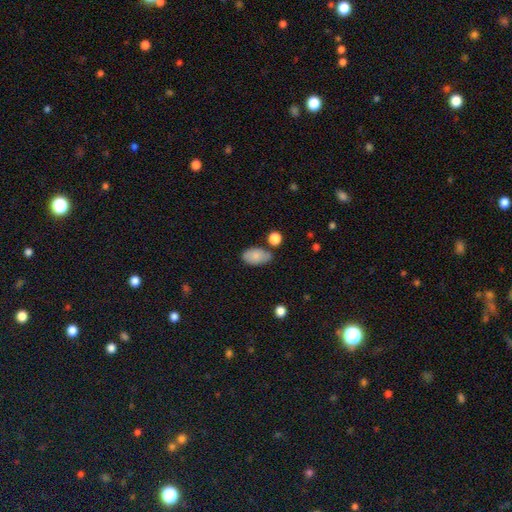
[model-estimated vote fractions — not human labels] Overall: smooth (84%). How rounded: in between (93%). Merging: none (66%).